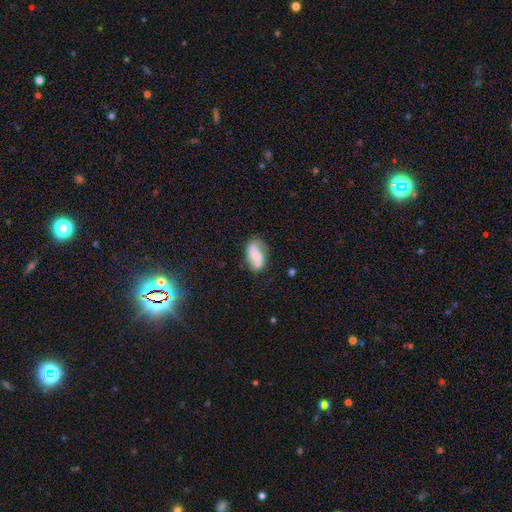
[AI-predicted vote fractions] This is possibly a featured or disk galaxy (56%). It is clearly not viewed edge-on (97%). Bar: possibly no (53%). Spiral arm pattern: clearly yes (88%). Central bulge: marginally small (37%). Merging: likely none (64%).